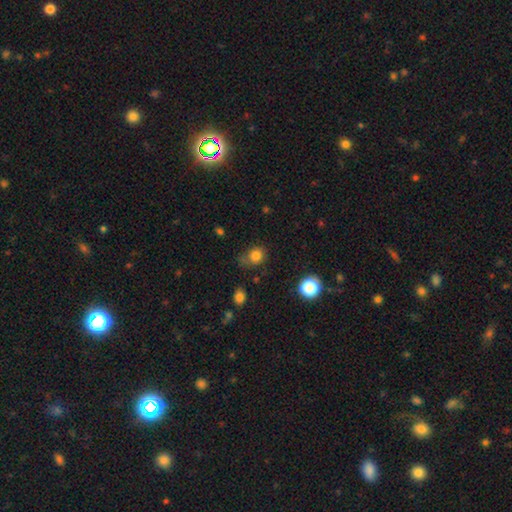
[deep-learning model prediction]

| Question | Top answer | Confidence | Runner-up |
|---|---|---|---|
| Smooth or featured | smooth | 81% | star or artifact (12%) |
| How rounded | round | 68% | in between (31%) |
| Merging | none | 53% | minor disturbance (31%) |